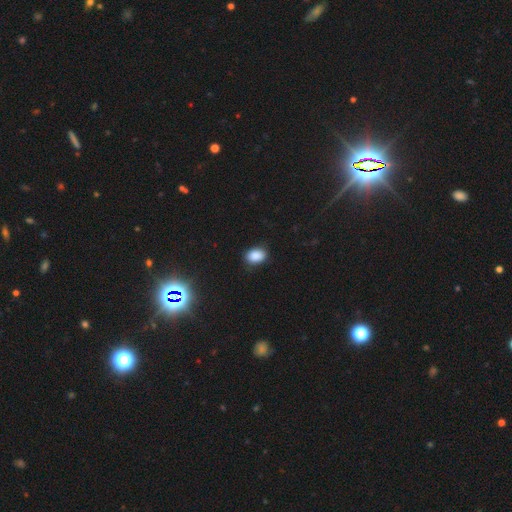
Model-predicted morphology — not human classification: This appears to be a smooth galaxy with no disk features (87%) that is in between round and cigar-shaped (82%). Merging: none (83%).